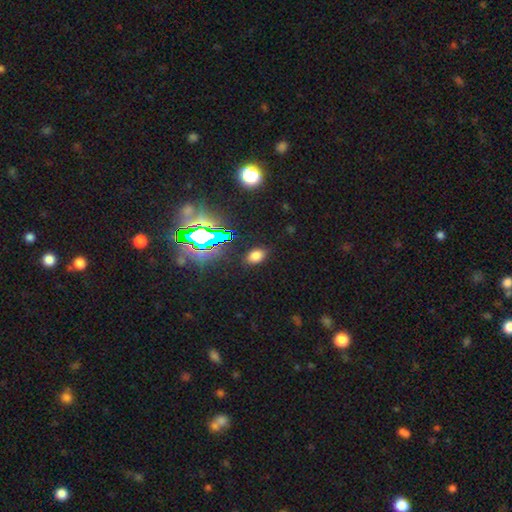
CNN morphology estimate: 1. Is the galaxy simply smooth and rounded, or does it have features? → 70% smooth, 23% star or artifact, 7% featured or disk.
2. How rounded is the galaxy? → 85% in between, 14% round, 2% cigar-shaped.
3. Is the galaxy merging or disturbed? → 86% none, 9% minor disturbance, 3% major disturbance, 1% merger.